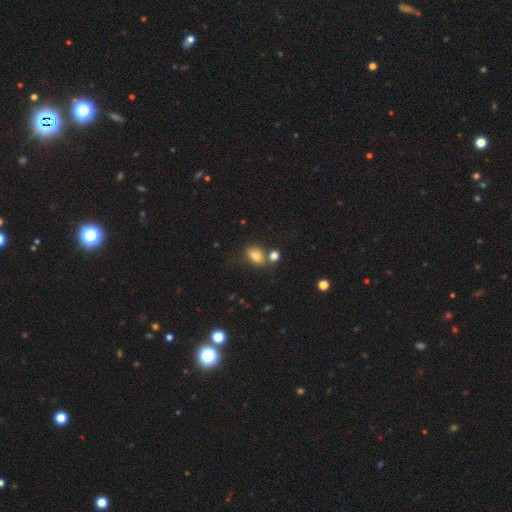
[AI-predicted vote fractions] Smooth or featured?
  - smooth: 79% *
  - featured or disk: 11%
  - star or artifact: 10%
How rounded?
  - in between: 79% *
  - round: 19%
  - cigar-shaped: 2%
Merging?
  - none: 59% *
  - merger: 23%
  - minor disturbance: 14%
  - major disturbance: 5%